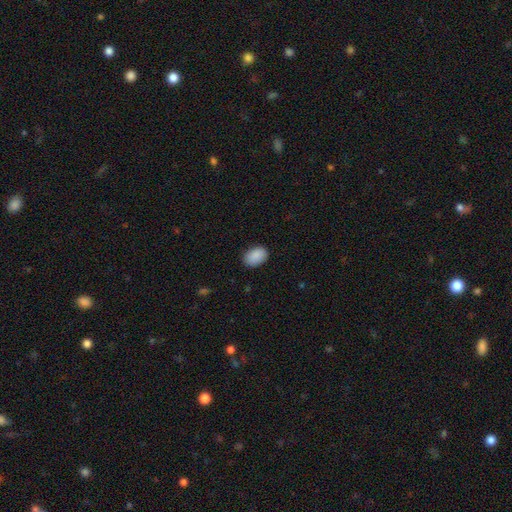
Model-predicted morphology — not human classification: The model was most divided on "merging": none: 85%, minor disturbance: 12%, major disturbance: 2%, merger: 1%. More confident: smooth or featured — smooth (90%); how rounded — in between (87%).